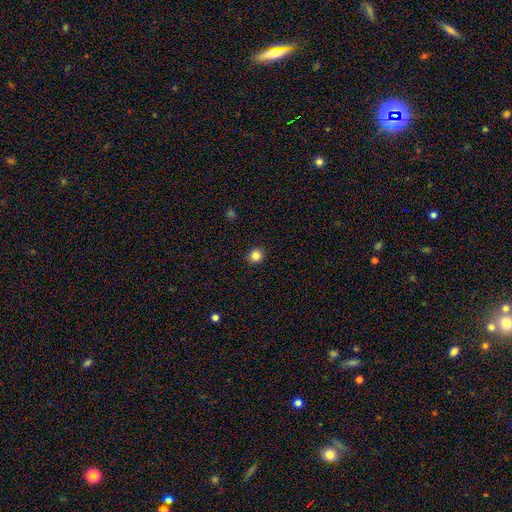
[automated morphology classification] Overall: smooth (84%). How rounded: round (87%). Merging: none (91%).